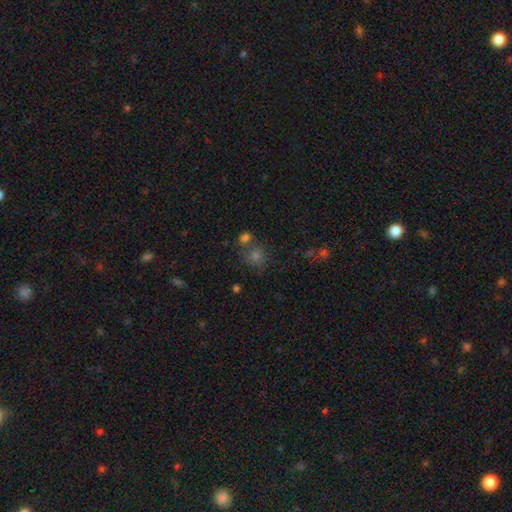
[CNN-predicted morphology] smooth 63%, star or artifact 28%, featured or disk 9%. Down the decision tree: how rounded — round (87%); merging — none (68%).